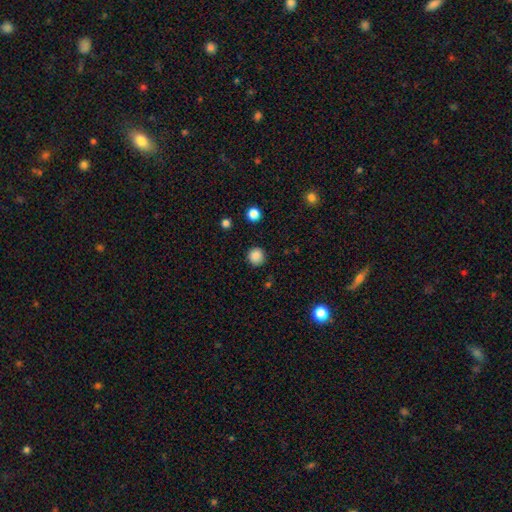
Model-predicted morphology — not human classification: Smooth or featured?
  - smooth: 86% *
  - star or artifact: 11%
  - featured or disk: 3%
How rounded?
  - round: 93% *
  - in between: 6%
  - cigar-shaped: 1%
Merging?
  - none: 89% *
  - minor disturbance: 7%
  - major disturbance: 2%
  - merger: 1%